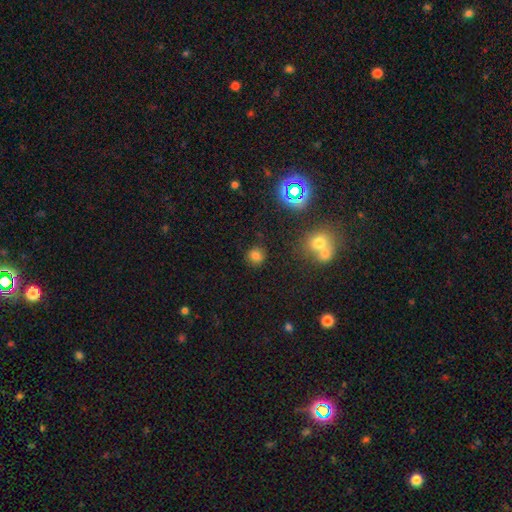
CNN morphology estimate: Smooth or featured? smooth (75%)
How rounded? round (87%)
Merging? none (83%)